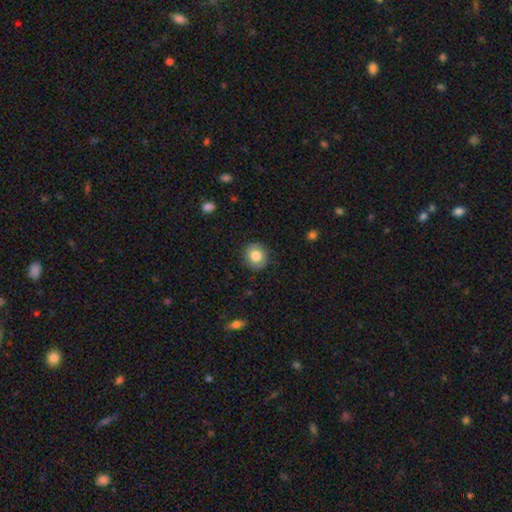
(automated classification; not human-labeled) A smooth galaxy with no disk features (81%) that is round (85%). Merging: none (89%).